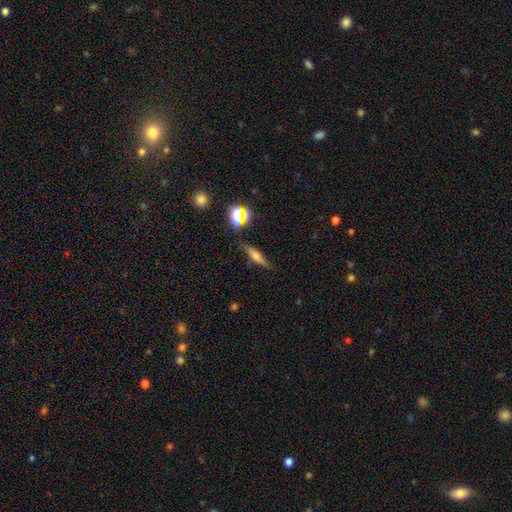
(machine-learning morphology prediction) Smooth or featured?
  - smooth: 46% *
  - featured or disk: 41%
  - star or artifact: 13%
Merging?
  - none: 80% *
  - minor disturbance: 12%
  - merger: 4%
  - major disturbance: 4%